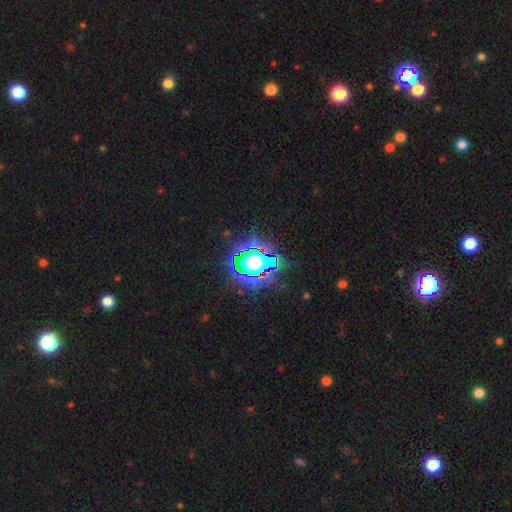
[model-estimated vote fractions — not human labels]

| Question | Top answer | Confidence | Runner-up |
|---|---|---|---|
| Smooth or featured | star or artifact | 67% | smooth (18%) |